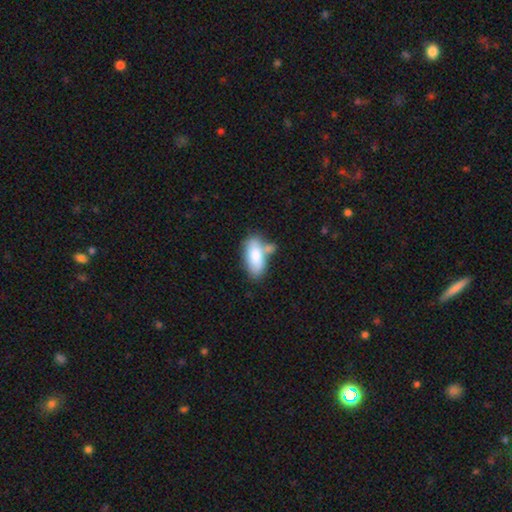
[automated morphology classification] This is clearly a smooth galaxy (83%). How rounded: clearly in between (88%). Merging: possibly none (50%).